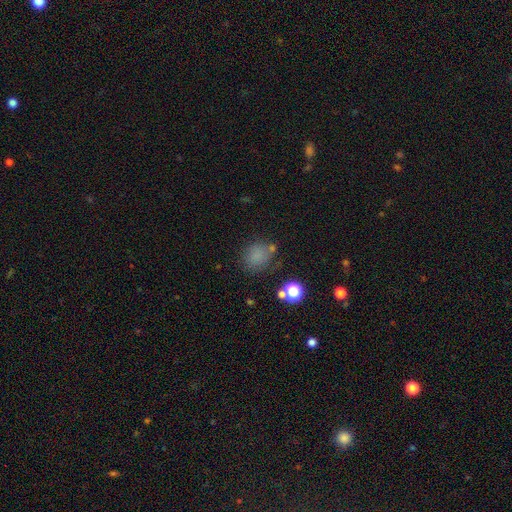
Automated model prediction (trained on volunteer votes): smooth 76%, star or artifact 17%, featured or disk 7%. Down the decision tree: how rounded — round (69%); merging — none (68%).